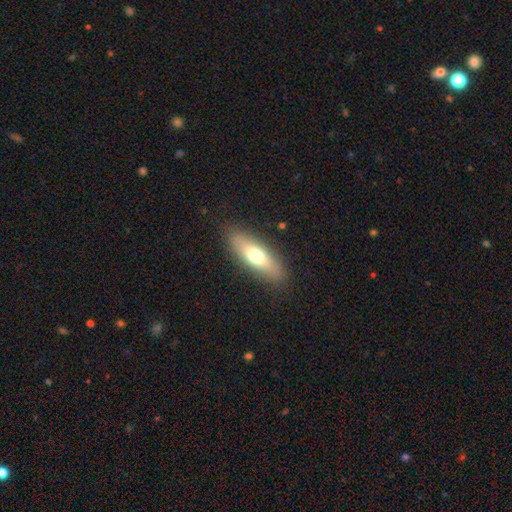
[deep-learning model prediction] Smooth or featured?
  - smooth: 66% *
  - featured or disk: 27%
  - star or artifact: 7%
How rounded?
  - in between: 57% *
  - cigar-shaped: 41%
  - round: 3%
Merging?
  - none: 87% *
  - minor disturbance: 10%
  - major disturbance: 3%
  - merger: 1%